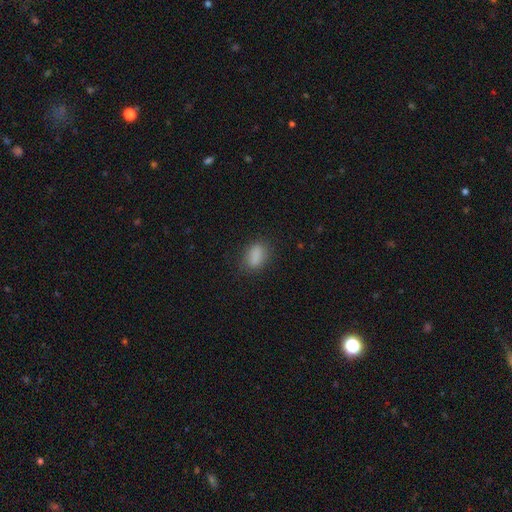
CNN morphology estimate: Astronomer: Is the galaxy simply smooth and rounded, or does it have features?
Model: smooth — 86%.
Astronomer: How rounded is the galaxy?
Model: in between — 84%.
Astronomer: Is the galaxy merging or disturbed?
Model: none — 79%.